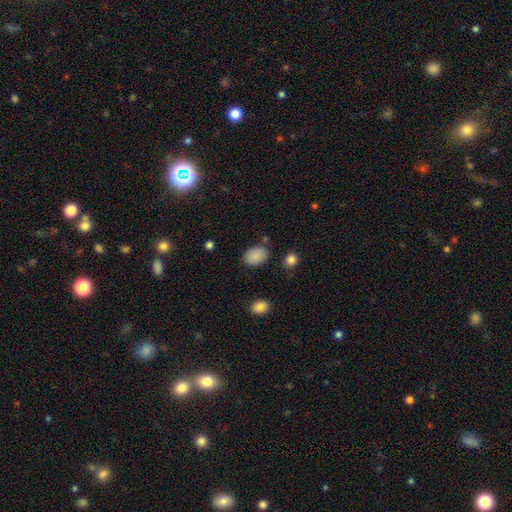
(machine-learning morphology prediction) Overall: smooth (88%). How rounded: in between (74%). Merging: none (79%).